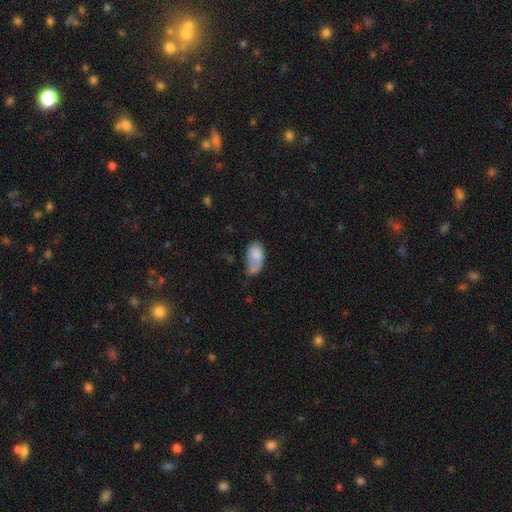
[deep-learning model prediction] smooth_or_featured: smooth (p=0.75) [alt: featured or disk p=0.17]
how_rounded: in between (p=0.93) [alt: round p=0.05]
merging: minor disturbance (p=0.34) [alt: none p=0.33]